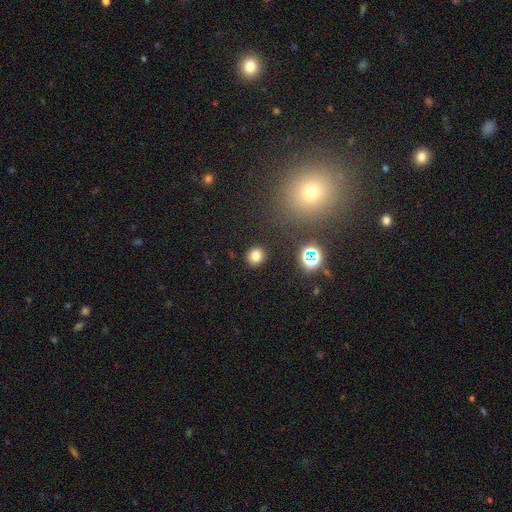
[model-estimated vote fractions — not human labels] Overall: smooth (78%). How rounded: round (86%). Merging: none (90%).